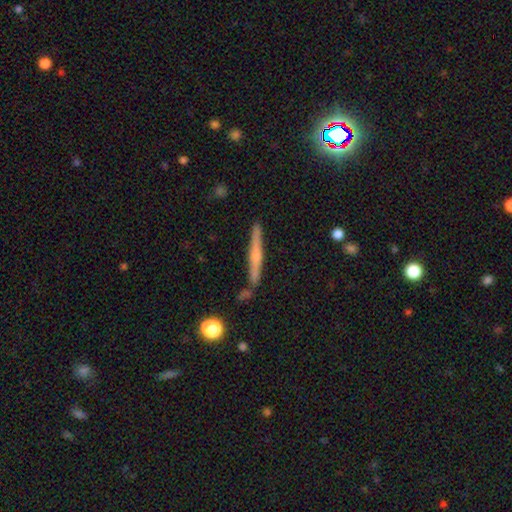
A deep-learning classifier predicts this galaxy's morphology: Smooth or featured: featured or disk — 62% (smooth — 31%)
Edge-on disk: yes — 97% (no — 3%)
Edge-on bulge: rounded — 69% (none — 23%)
Merging: none — 84% (minor disturbance — 10%)